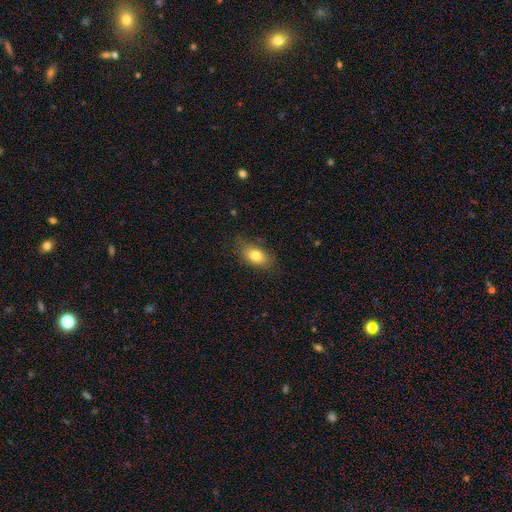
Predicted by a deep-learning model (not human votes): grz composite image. It shows a smooth galaxy with no disk features (79%) that is in between round and cigar-shaped (86%). Merging: none (77%).